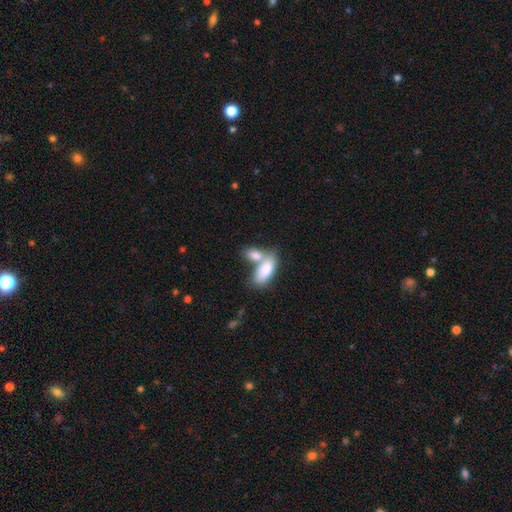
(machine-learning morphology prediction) This is clearly a smooth galaxy (82%). How rounded: clearly in between (87%). Merging: likely merger (61%).